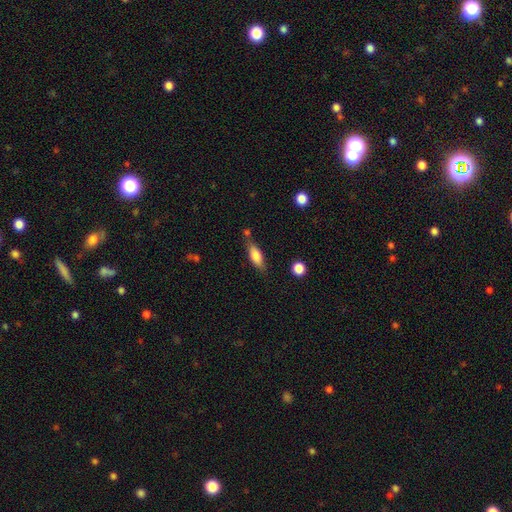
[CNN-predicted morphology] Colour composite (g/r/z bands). It shows a smooth galaxy with no disk features (73%) that is in between round and cigar-shaped (63%). Merging: none (72%).